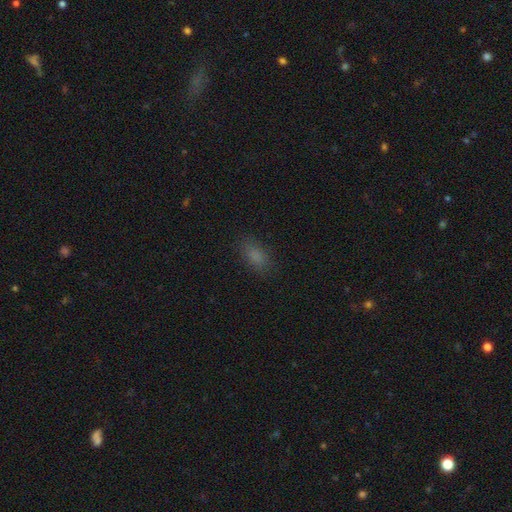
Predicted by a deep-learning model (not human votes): Q: Smooth or featured?
A: smooth (81%); runner-up: star or artifact (13%)
Q: How rounded?
A: in between (87%); runner-up: round (7%)
Q: Merging?
A: none (82%); runner-up: minor disturbance (13%)